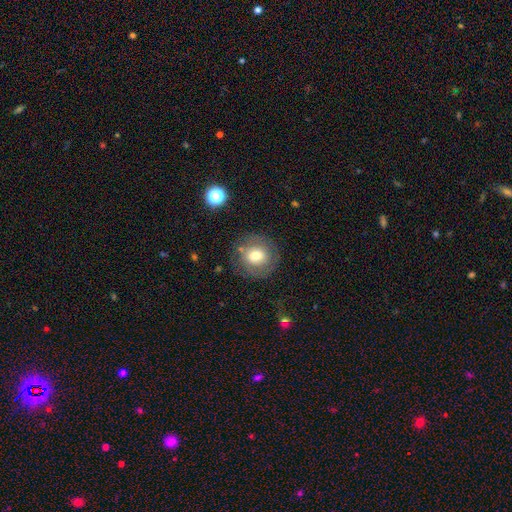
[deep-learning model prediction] The model was most divided on "smooth or featured": smooth: 58%, featured or disk: 32%, star or artifact: 10%. More confident: how rounded — round (88%); merging — none (77%).